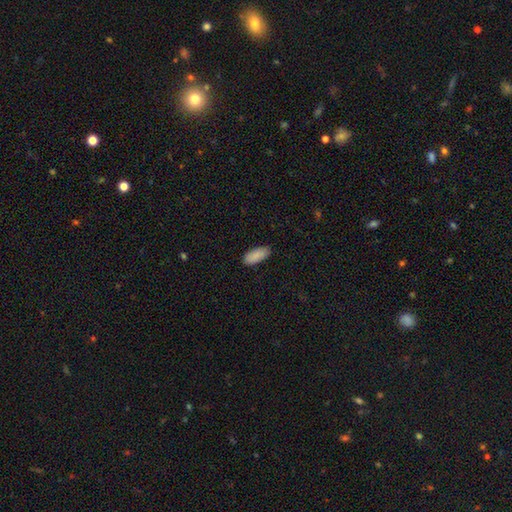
Volunteers were most divided on "merging": none: 89%, minor disturbance: 8%, merger: 3%, major disturbance: 0%. More confident: how rounded — in between (94%); smooth or featured — smooth (92%).